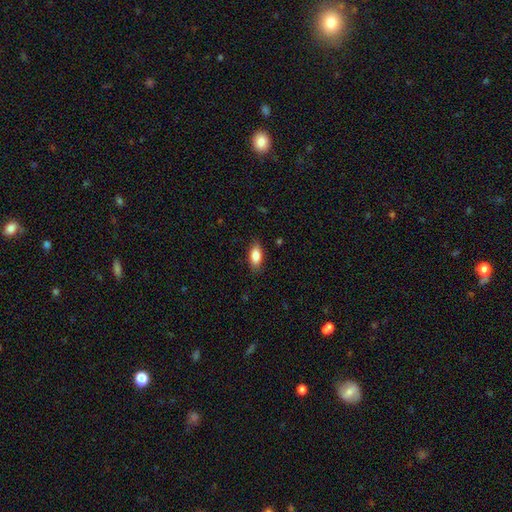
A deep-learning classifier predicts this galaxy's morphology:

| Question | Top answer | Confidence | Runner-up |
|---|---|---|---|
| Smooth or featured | smooth | 83% | featured or disk (10%) |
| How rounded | in between | 85% | cigar-shaped (11%) |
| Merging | none | 84% | minor disturbance (12%) |